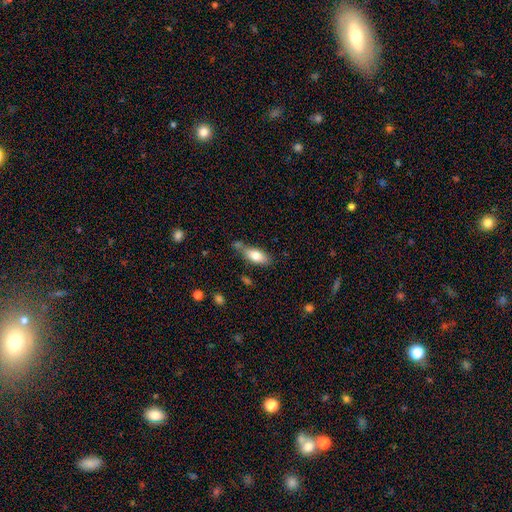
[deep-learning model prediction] Smooth or featured?
  - smooth: 77% *
  - featured or disk: 16%
  - star or artifact: 7%
How rounded?
  - in between: 81% *
  - cigar-shaped: 16%
  - round: 3%
Merging?
  - none: 59% *
  - minor disturbance: 21%
  - merger: 15%
  - major disturbance: 6%